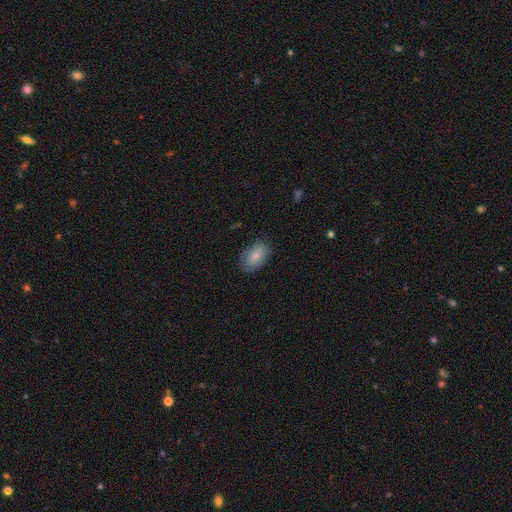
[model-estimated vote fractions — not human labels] The model was most divided on "merging": none: 81%, minor disturbance: 15%, major disturbance: 4%, merger: 1%. More confident: how rounded — in between (92%); smooth or featured — smooth (82%).